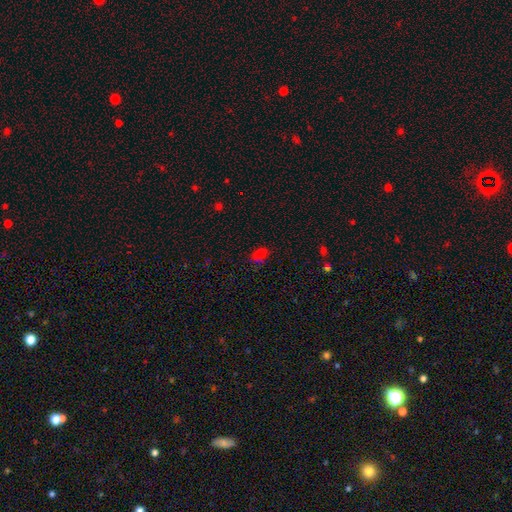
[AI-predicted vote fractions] Smooth or featured?
  - smooth: 63% *
  - star or artifact: 30%
  - featured or disk: 7%
How rounded?
  - in between: 79% *
  - round: 19%
  - cigar-shaped: 2%
Merging?
  - none: 67% *
  - minor disturbance: 20%
  - major disturbance: 7%
  - merger: 5%